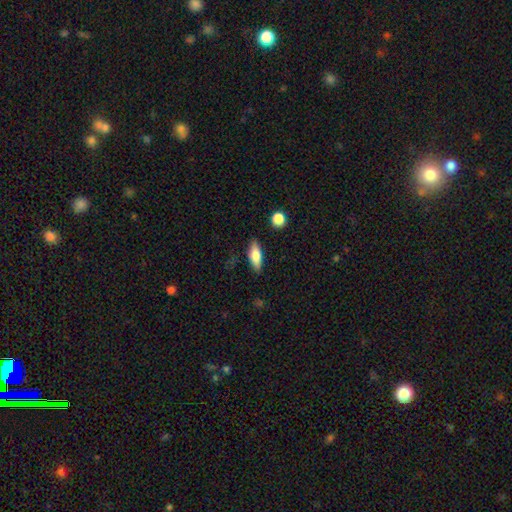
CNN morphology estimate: smooth_or_featured: smooth (p=0.74) [alt: featured or disk p=0.19]
how_rounded: in between (p=0.64) [alt: cigar-shaped p=0.33]
merging: none (p=0.85) [alt: minor disturbance p=0.11]